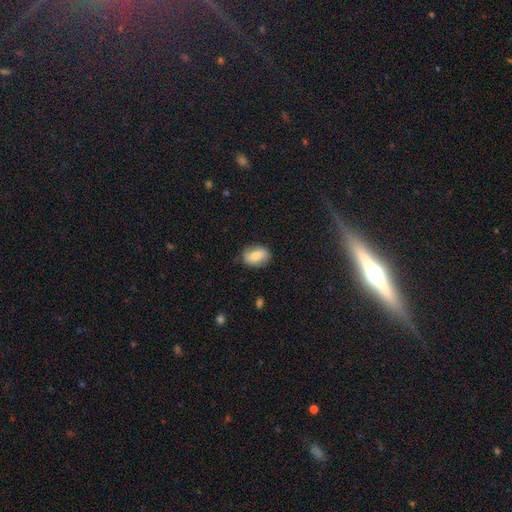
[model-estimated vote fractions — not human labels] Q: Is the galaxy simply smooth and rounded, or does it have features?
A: smooth — 74%.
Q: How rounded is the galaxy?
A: in between — 79%.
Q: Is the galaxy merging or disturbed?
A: none — 80%.